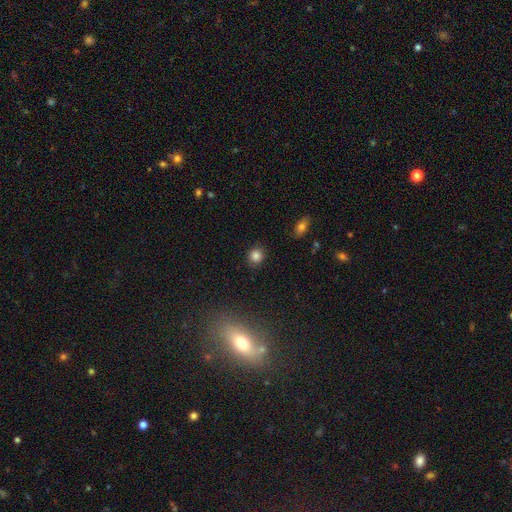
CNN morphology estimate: A smooth galaxy with no disk features (84%) that is round (88%). Merging: none (88%).